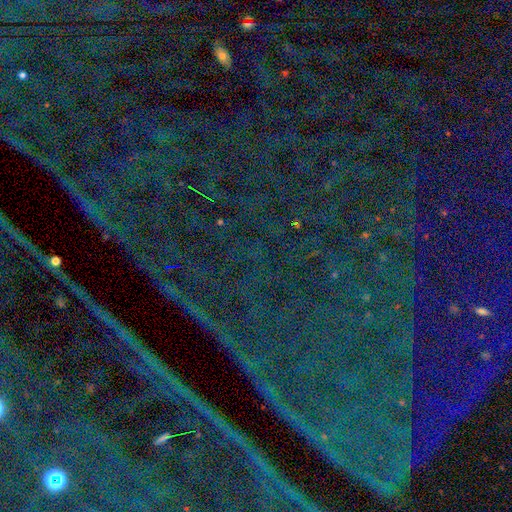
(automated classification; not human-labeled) Morphology: type=star or artifact (86%).